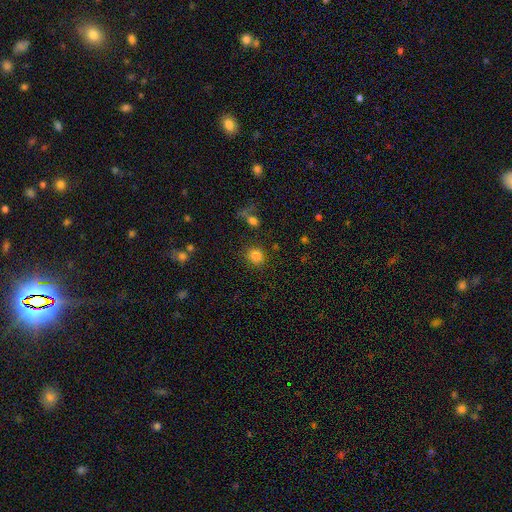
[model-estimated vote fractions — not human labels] Smooth or featured?
  - smooth: 83% *
  - star or artifact: 12%
  - featured or disk: 5%
How rounded?
  - round: 83% *
  - in between: 16%
  - cigar-shaped: 1%
Merging?
  - none: 81% *
  - minor disturbance: 10%
  - merger: 5%
  - major disturbance: 4%